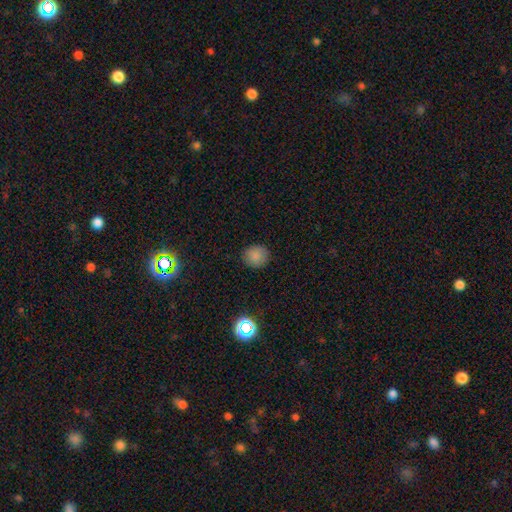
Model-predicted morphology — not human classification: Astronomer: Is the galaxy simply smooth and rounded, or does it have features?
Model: smooth — 83%.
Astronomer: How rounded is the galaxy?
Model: round — 87%.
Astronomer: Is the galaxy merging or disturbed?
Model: none — 89%.